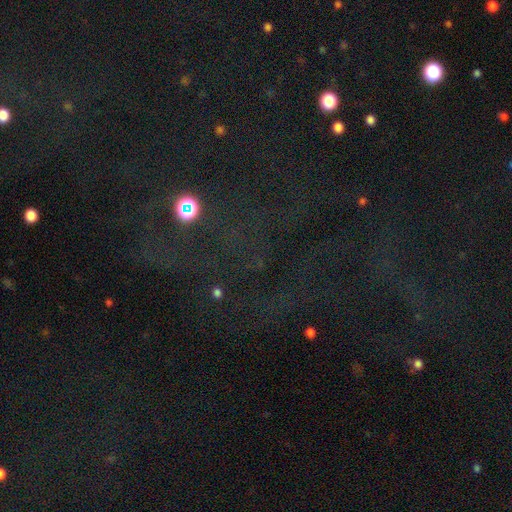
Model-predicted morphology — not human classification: Smooth or featured?
  - star or artifact: 74% *
  - smooth: 15%
  - featured or disk: 12%